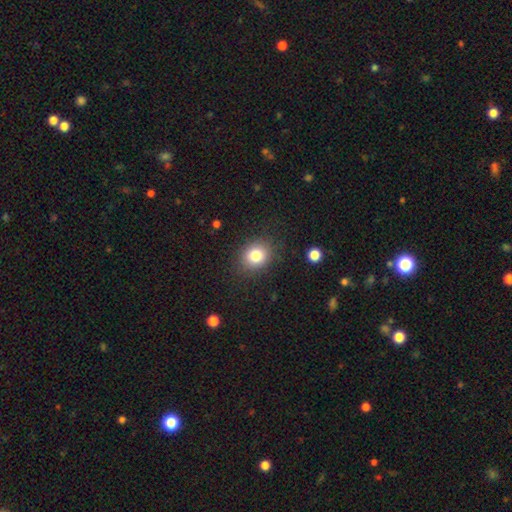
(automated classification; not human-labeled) A smooth galaxy with no disk features (81%) that is round (65%). Merging: none (85%).